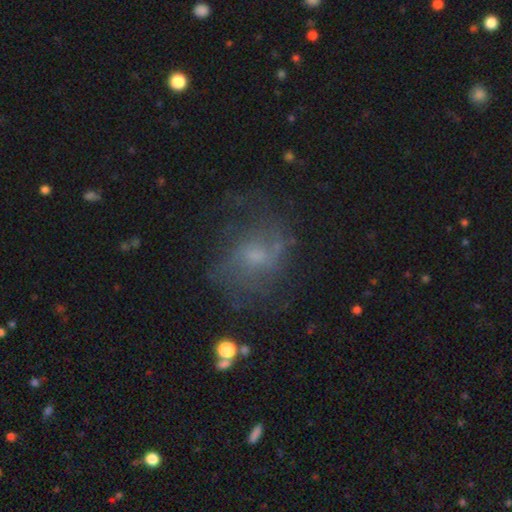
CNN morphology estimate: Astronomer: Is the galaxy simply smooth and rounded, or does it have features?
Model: featured or disk — 53% (runner-up: smooth, 30%).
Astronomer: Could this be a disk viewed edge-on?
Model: no — 97%.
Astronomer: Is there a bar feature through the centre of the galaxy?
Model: no — 61%.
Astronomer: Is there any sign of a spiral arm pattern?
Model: yes — 68%.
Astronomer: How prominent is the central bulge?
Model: small — 50% (runner-up: moderate, 32%).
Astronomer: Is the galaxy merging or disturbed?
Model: none — 56%.